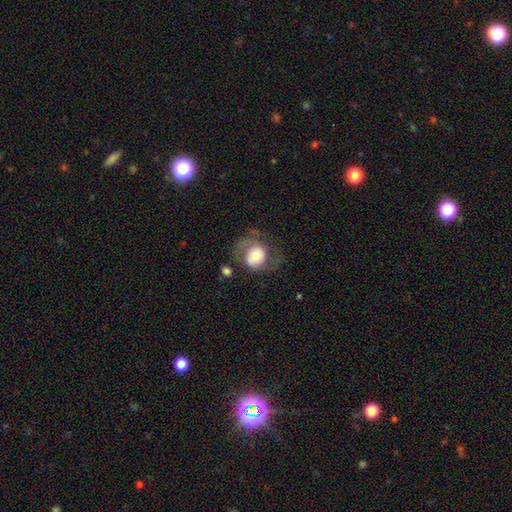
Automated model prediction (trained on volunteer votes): Morphology: type=smooth (54%); roundness=round (67%); merging=none (43%).